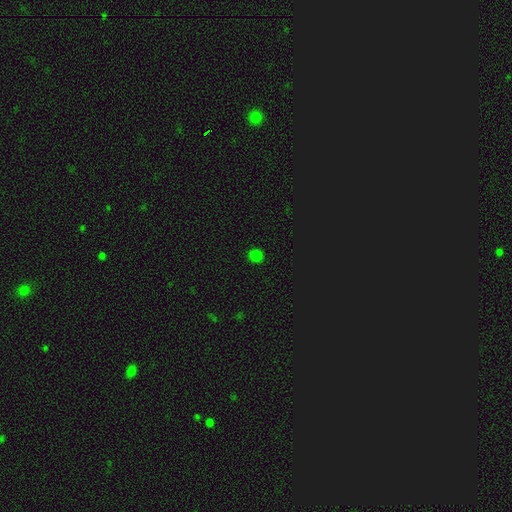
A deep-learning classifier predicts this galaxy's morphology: Smooth or featured?
  - smooth: 77% *
  - star or artifact: 20%
  - featured or disk: 3%
How rounded?
  - round: 90% *
  - in between: 9%
  - cigar-shaped: 1%
Merging?
  - none: 91% *
  - minor disturbance: 6%
  - major disturbance: 2%
  - merger: 1%